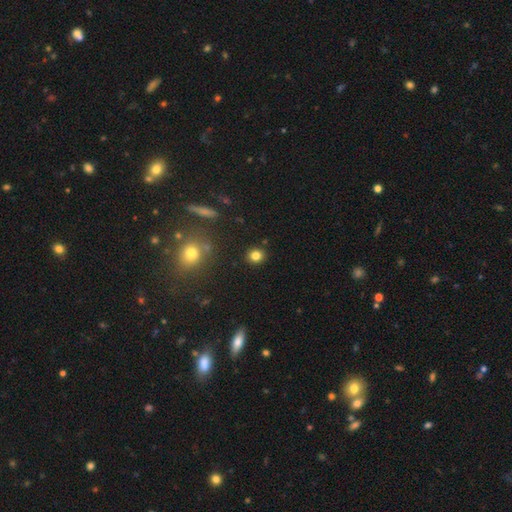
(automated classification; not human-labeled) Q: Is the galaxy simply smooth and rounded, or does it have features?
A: smooth — 81%.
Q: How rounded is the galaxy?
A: round — 81%.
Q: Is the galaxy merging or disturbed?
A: none — 89%.